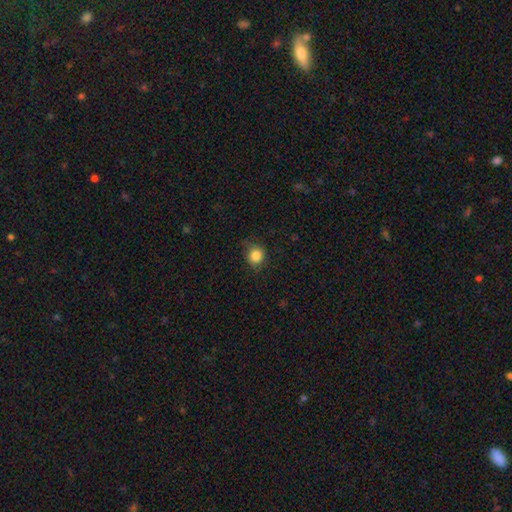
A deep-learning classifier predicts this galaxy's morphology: A smooth galaxy with no disk features (85%) that is round (83%).

Vote fractions:
- Smooth or featured? smooth: 85% / star or artifact: 10% / featured or disk: 5%
- How rounded? round: 83% / in between: 16% / cigar-shaped: 1%
- Merging? none: 78% / minor disturbance: 17% / major disturbance: 4% / merger: 1%